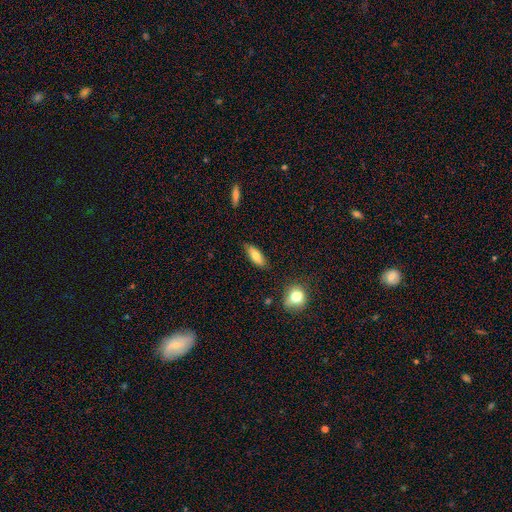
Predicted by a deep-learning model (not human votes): smooth-or-featured: smooth: 73% | featured or disk: 20% | star or artifact: 7%
  how-rounded: in between: 65% | cigar-shaped: 32% | round: 3%
  merging: none: 82% | minor disturbance: 14% | major disturbance: 2% | merger: 2%